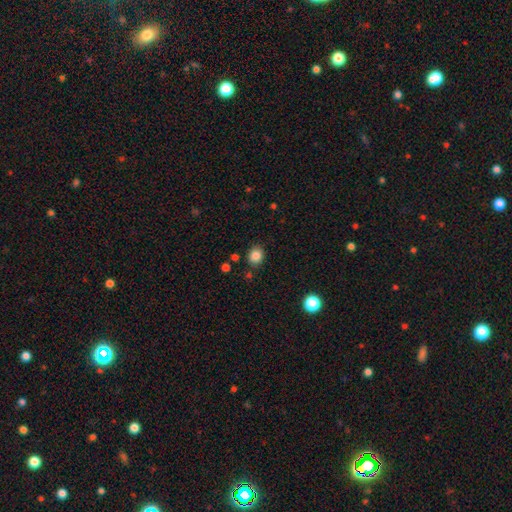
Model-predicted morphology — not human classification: Smooth or featured: smooth — 85% (star or artifact — 11%)
How rounded: round — 64% (in between — 35%)
Merging: none — 83% (minor disturbance — 11%)